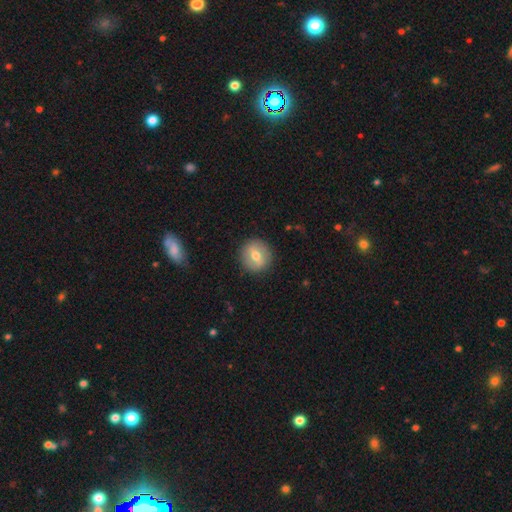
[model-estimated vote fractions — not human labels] Overall: smooth (56%; featured or disk 36%). How rounded: round (91%). Merging: none (89%).